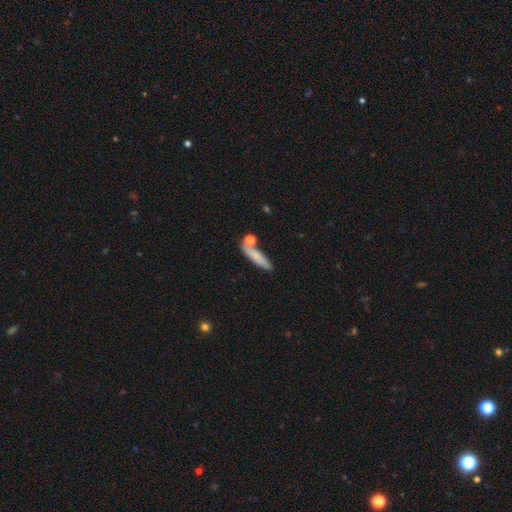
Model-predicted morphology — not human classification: A smooth galaxy with no disk features (77%) that is cigar-shaped (77%).

Vote fractions:
- Smooth or featured? smooth: 77% / featured or disk: 16% / star or artifact: 8%
- How rounded? cigar-shaped: 77% / in between: 19% / round: 4%
- Merging? none: 71% / minor disturbance: 13% / merger: 12% / major disturbance: 4%